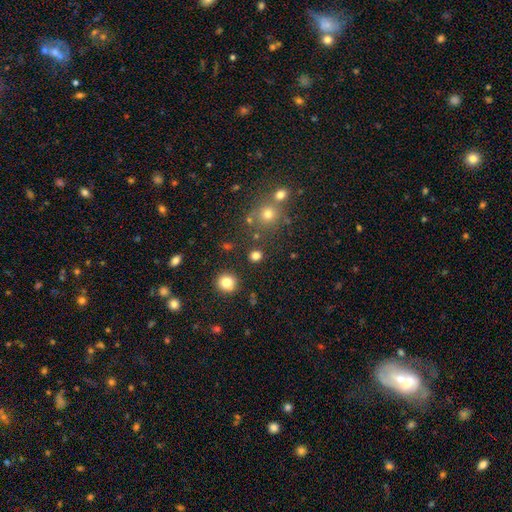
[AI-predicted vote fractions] The model was most divided on "smooth or featured": smooth: 78%, star or artifact: 17%, featured or disk: 5%. More confident: how rounded — round (87%); merging — none (83%).